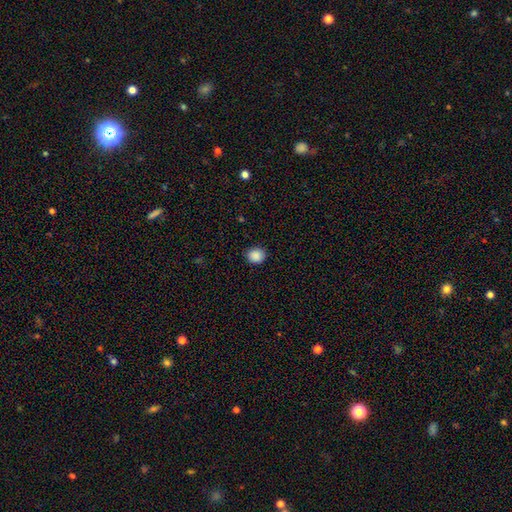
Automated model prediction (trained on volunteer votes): The model was most divided on "how rounded": round: 76%, in between: 23%, cigar-shaped: 1%. More confident: merging — none (89%); smooth or featured — smooth (88%).